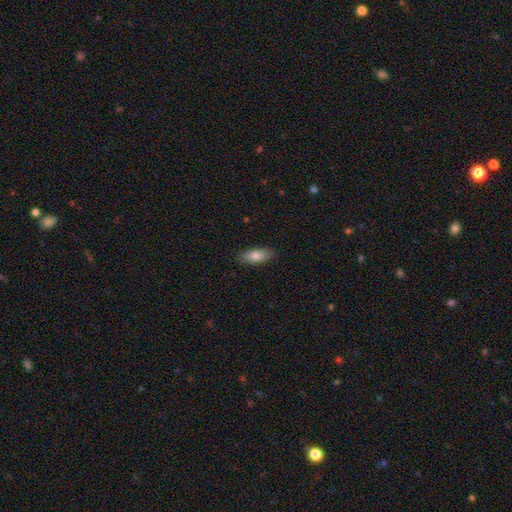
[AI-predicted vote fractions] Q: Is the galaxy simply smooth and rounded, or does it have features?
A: smooth — 81%.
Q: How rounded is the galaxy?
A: in between — 80%.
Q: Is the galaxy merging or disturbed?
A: none — 87%.